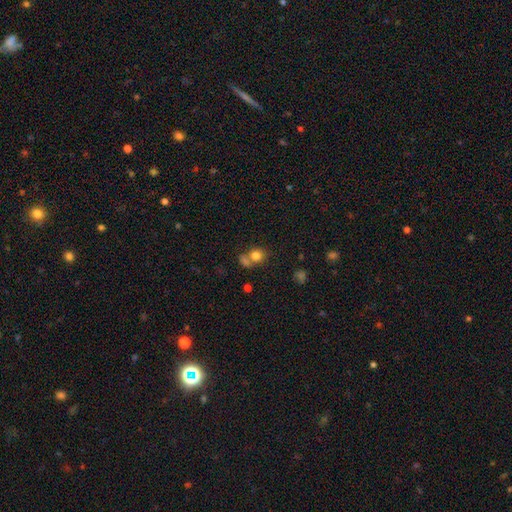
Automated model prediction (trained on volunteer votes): This is likely a smooth galaxy (79%). How rounded: likely round (76%). Merging: possibly none (50%).